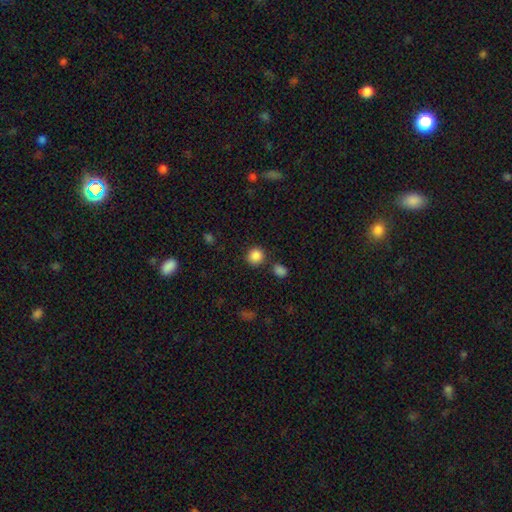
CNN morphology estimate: Smooth or featured?
  - smooth: 86% *
  - star or artifact: 11%
  - featured or disk: 3%
How rounded?
  - round: 91% *
  - in between: 8%
  - cigar-shaped: 1%
Merging?
  - none: 80% *
  - minor disturbance: 8%
  - merger: 8%
  - major disturbance: 3%